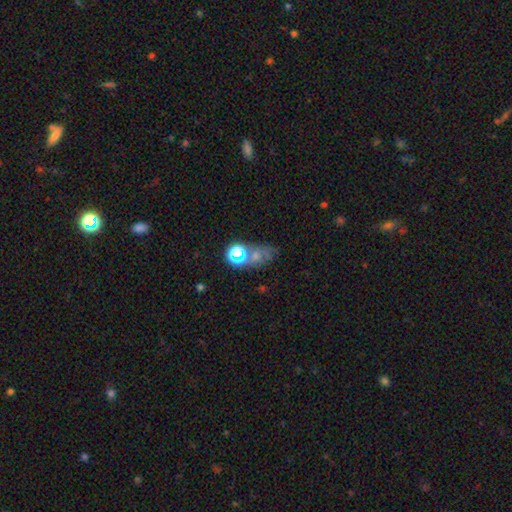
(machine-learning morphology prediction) Smooth or featured? smooth (44%)
Merging? none (47%)